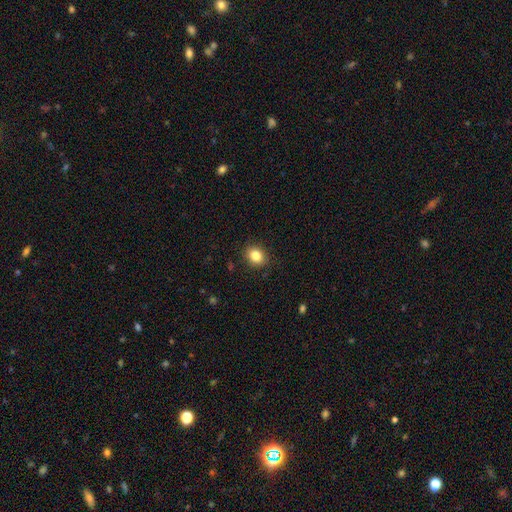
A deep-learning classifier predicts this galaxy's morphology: Smooth or featured? smooth (84%)
How rounded? in between (51%)
Merging? none (88%)